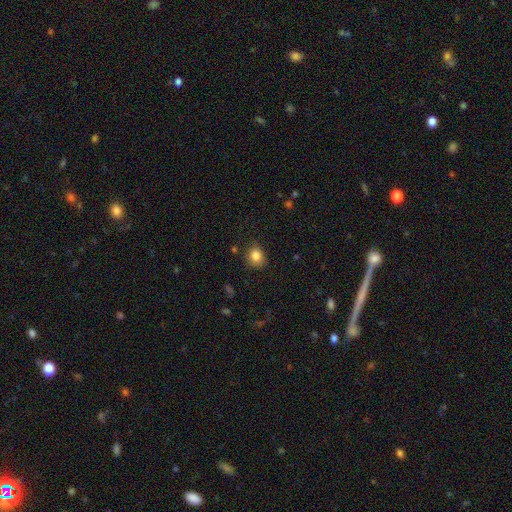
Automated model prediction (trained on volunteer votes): smooth-or-featured: smooth: 84% | star or artifact: 11% | featured or disk: 6%
  how-rounded: round: 69% | in between: 30% | cigar-shaped: 1%
  merging: none: 83% | minor disturbance: 13% | major disturbance: 3% | merger: 1%